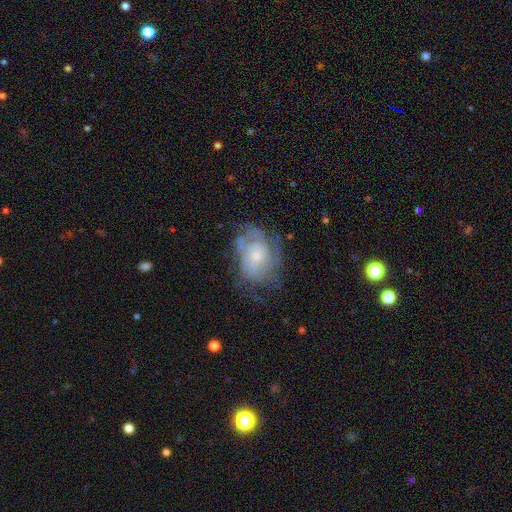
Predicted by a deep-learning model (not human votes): Overall: featured or disk (76%). Edge-on disk: no (97%). Bar: no (76%). Spiral arms: yes (87%). Spiral arm count: can't tell (46%; 2 20%). Spiral winding: tight (59%; medium 31%). Bulge size: small (59%; moderate 33%). Merging: none (58%; minor disturbance 24%).